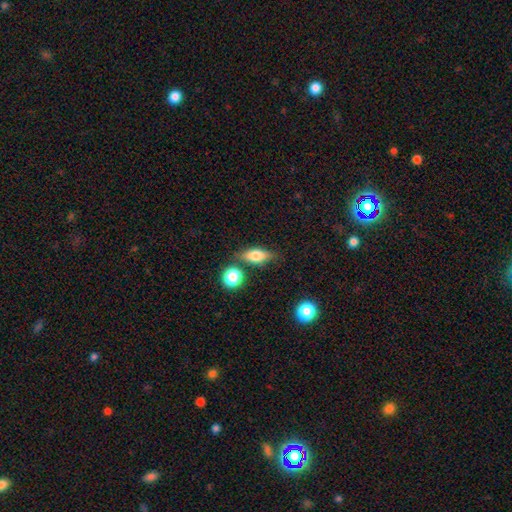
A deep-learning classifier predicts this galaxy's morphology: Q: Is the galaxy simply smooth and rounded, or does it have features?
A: smooth — 69%.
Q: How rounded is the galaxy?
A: in between — 73%.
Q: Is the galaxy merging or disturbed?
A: none — 72%.